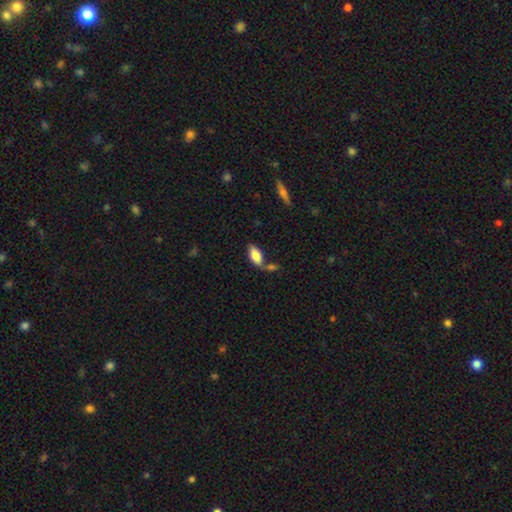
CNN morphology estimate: smooth_or_featured: smooth (p=0.78) [alt: featured or disk p=0.15]
how_rounded: in between (p=0.88) [alt: cigar-shaped p=0.09]
merging: none (p=0.50) [alt: merger p=0.28]